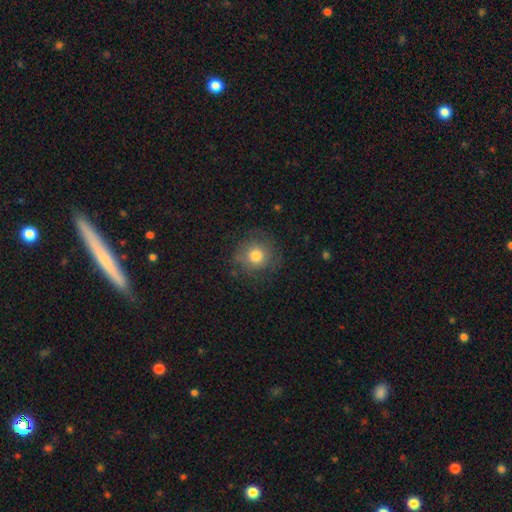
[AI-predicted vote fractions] Smooth or featured?
  - smooth: 75% *
  - featured or disk: 15%
  - star or artifact: 10%
How rounded?
  - round: 91% *
  - in between: 8%
  - cigar-shaped: 1%
Merging?
  - none: 78% *
  - minor disturbance: 14%
  - major disturbance: 7%
  - merger: 1%